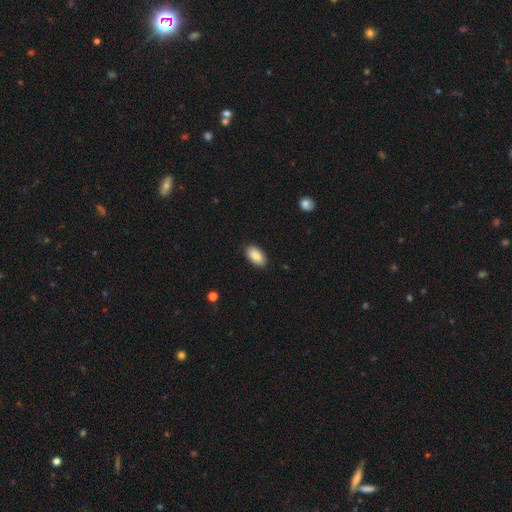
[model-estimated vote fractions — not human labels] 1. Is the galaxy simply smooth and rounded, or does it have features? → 87% smooth, 7% star or artifact, 6% featured or disk.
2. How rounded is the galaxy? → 94% in between, 3% round, 3% cigar-shaped.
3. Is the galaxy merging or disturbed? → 87% none, 10% minor disturbance, 2% major disturbance, 1% merger.